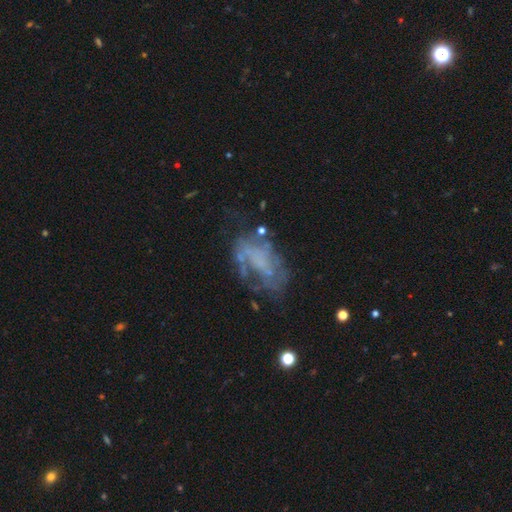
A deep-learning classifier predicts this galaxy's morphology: This appears to be a featured or disk galaxy (60%) with no bar (76%), no spiral arms (59%) and no central bulge (74%). Merging: none (44%).